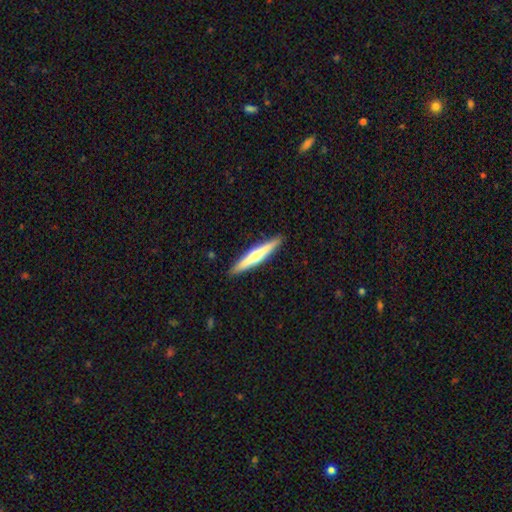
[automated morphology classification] Smooth or featured: featured or disk — 56% (smooth — 39%)
Edge-on disk: yes — 97% (no — 3%)
Edge-on bulge: rounded — 85% (none — 11%)
Merging: none — 92% (minor disturbance — 6%)